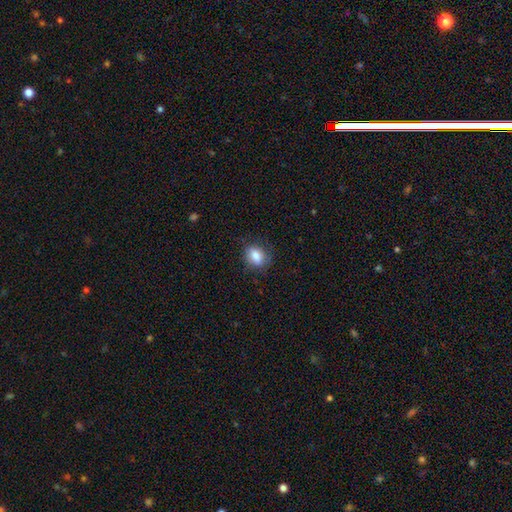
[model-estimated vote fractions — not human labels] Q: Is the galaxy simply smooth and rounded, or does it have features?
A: smooth — 82%.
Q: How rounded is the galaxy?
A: in between — 65%.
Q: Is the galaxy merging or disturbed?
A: none — 78%.